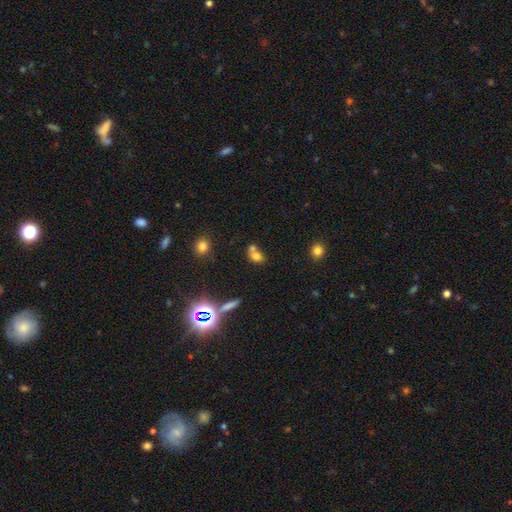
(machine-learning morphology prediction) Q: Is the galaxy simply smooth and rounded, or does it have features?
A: smooth — 69%.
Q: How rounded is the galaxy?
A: in between — 58%.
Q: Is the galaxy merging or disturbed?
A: merger — 56%.